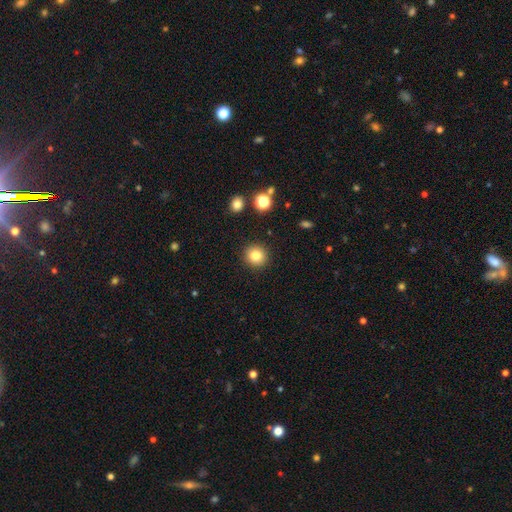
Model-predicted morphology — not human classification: Smooth or featured? Predicted: smooth (p=0.82). How rounded? Predicted: round (p=0.93). Merging? Predicted: none (p=0.91).